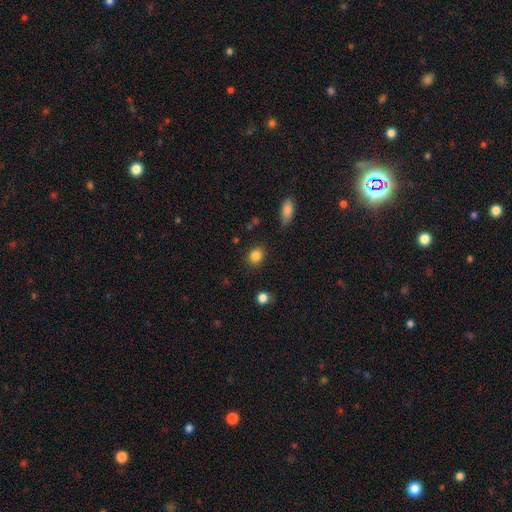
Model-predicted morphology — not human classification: Smooth or featured?
  - smooth: 85% *
  - star or artifact: 10%
  - featured or disk: 5%
How rounded?
  - round: 65% *
  - in between: 34%
  - cigar-shaped: 1%
Merging?
  - none: 84% *
  - minor disturbance: 11%
  - major disturbance: 3%
  - merger: 2%